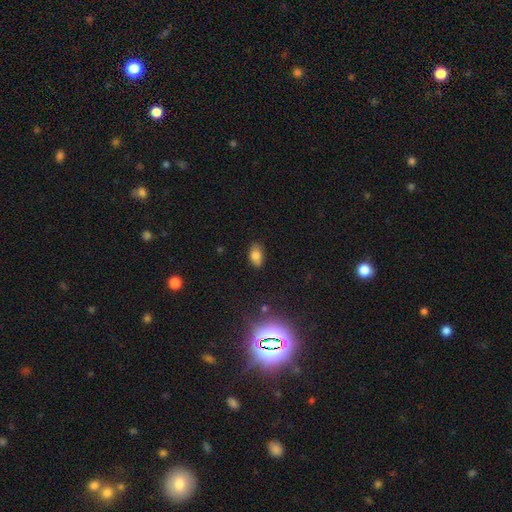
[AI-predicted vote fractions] This is likely a smooth galaxy (78%). How rounded: clearly in between (88%). Merging: likely none (80%).